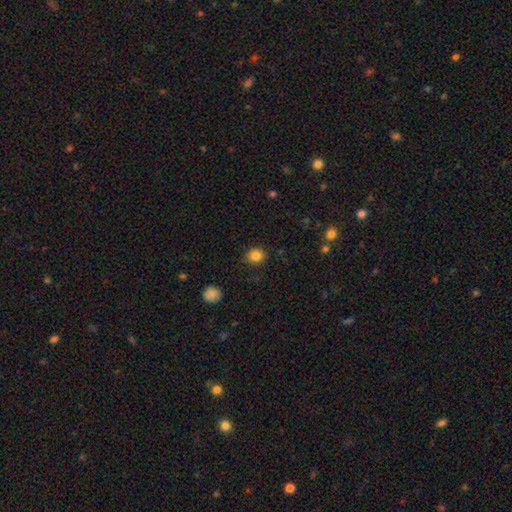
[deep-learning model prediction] A smooth galaxy with no disk features (84%) that is round (81%). Merging: none (86%).